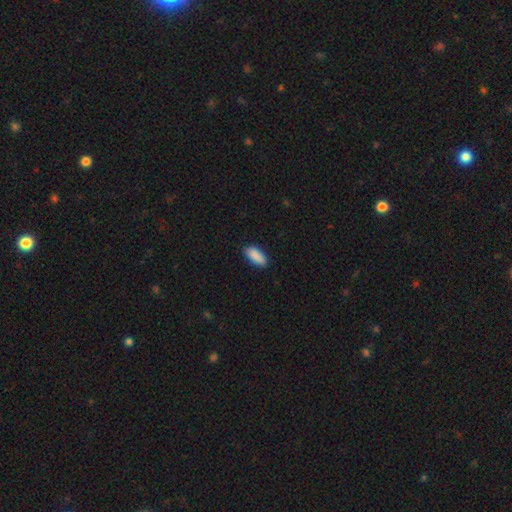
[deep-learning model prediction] Smooth or featured: smooth — 90% (star or artifact — 6%)
How rounded: in between — 85% (cigar-shaped — 14%)
Merging: none — 86% (minor disturbance — 11%)